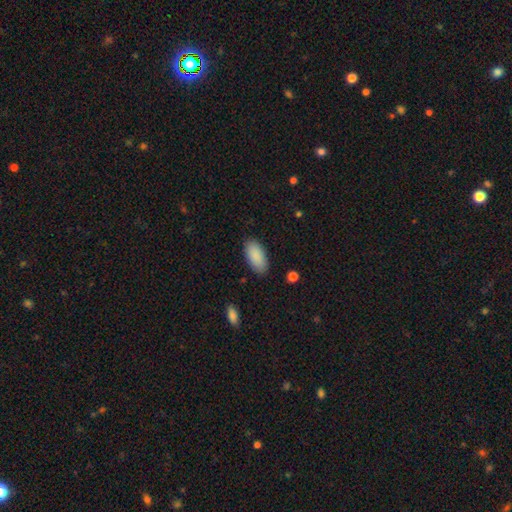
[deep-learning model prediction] The model was most divided on "merging": none: 87%, minor disturbance: 9%, major disturbance: 2%, merger: 1%. More confident: how rounded — in between (93%); smooth or featured — smooth (90%).